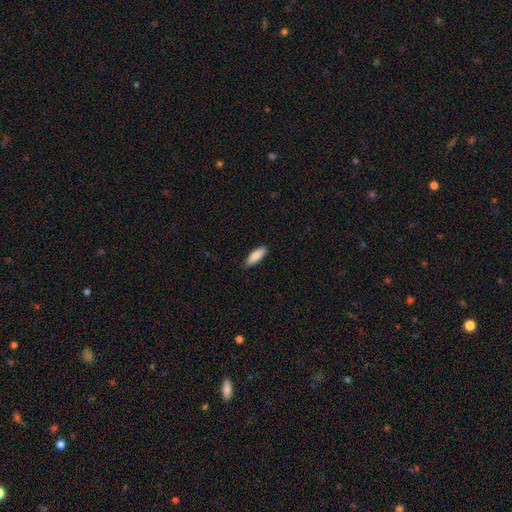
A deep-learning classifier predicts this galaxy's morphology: A smooth galaxy with no disk features (86%) that is in between round and cigar-shaped (58%). Merging: none (86%).